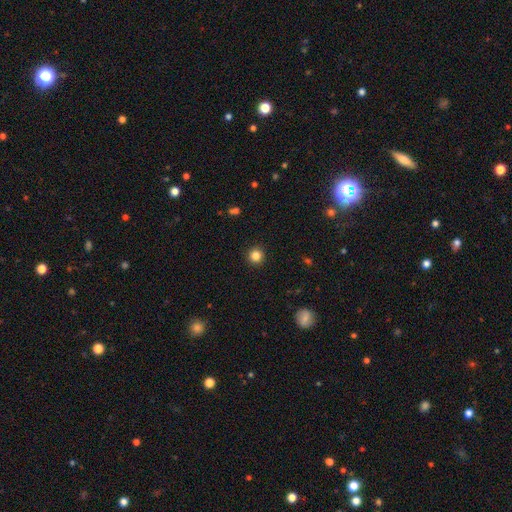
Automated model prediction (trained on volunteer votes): The model was most divided on "smooth or featured": smooth: 84%, star or artifact: 12%, featured or disk: 4%. More confident: how rounded — round (95%); merging — none (93%).